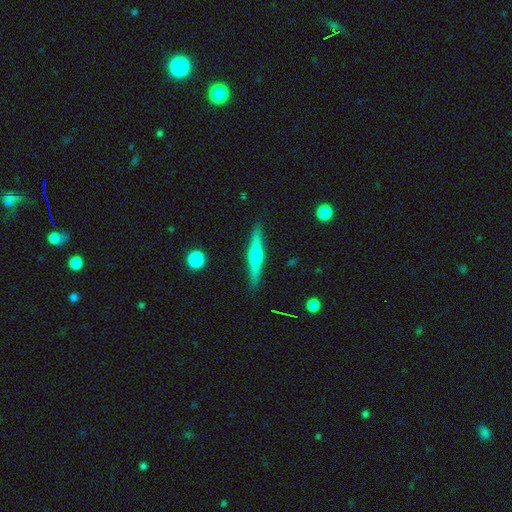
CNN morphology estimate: smooth_or_featured: featured or disk (p=0.69) [alt: smooth p=0.25]
disk_edge_on: yes (p=0.97) [alt: no p=0.03]
edge_on_bulge: rounded (p=0.93) [alt: none p=0.04]
merging: none (p=0.91) [alt: minor disturbance p=0.07]